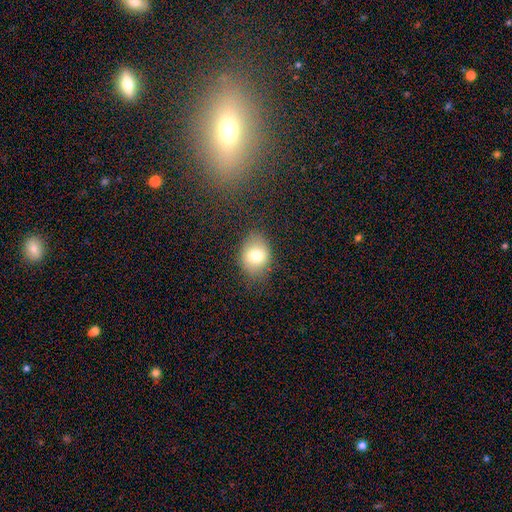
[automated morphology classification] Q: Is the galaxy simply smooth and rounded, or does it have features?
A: smooth — 76%.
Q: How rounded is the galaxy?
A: in between — 53%.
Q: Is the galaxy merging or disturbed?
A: none — 78%.